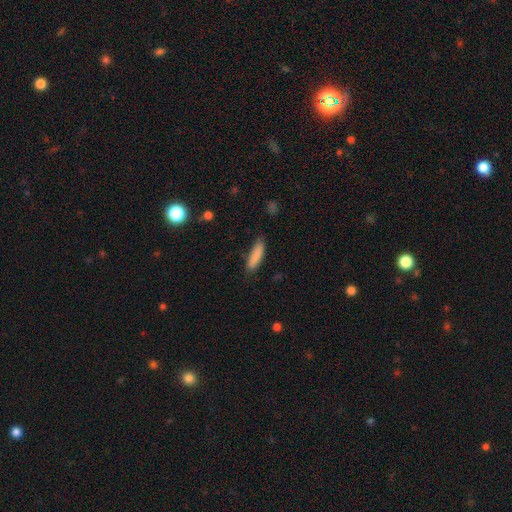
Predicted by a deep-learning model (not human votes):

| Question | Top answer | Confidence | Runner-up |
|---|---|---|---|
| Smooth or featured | smooth | 87% | star or artifact (7%) |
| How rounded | cigar-shaped | 67% | in between (32%) |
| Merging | none | 79% | minor disturbance (16%) |